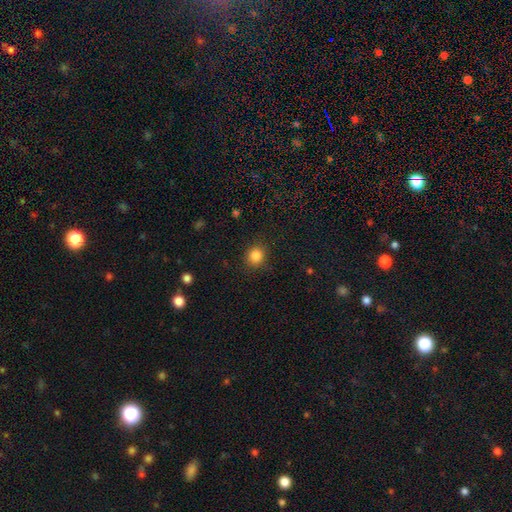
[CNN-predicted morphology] A smooth galaxy with no disk features (84%) that is round (83%). Merging: none (88%).